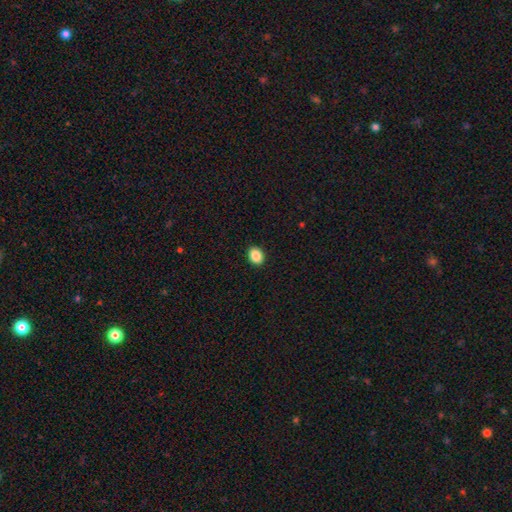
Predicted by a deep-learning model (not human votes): Smooth or featured: smooth — 89% (star or artifact — 8%)
How rounded: in between — 60% (round — 39%)
Merging: none — 92% (minor disturbance — 6%)